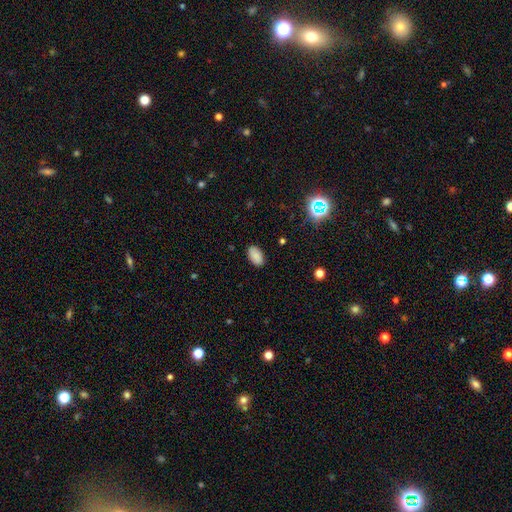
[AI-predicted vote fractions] A smooth galaxy with no disk features (86%) that is in between round and cigar-shaped (93%). Merging: none (87%).